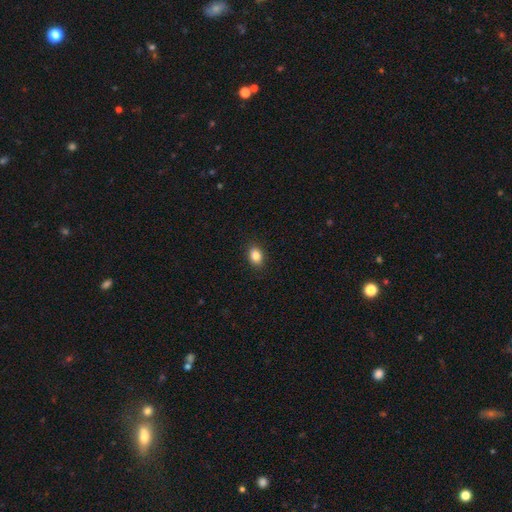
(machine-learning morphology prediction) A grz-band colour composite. It shows a smooth galaxy with no disk features (86%) that is in between round and cigar-shaped (71%). Merging: none (90%).